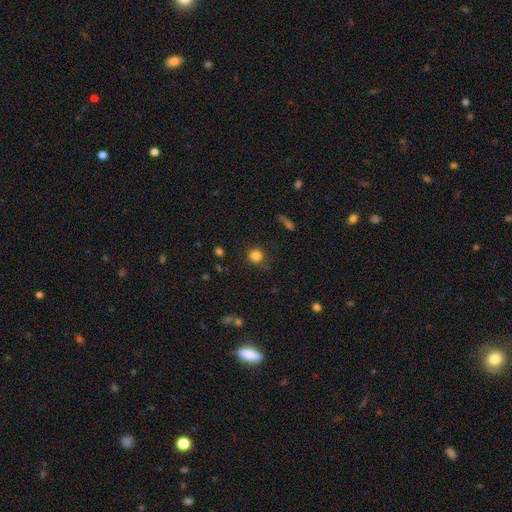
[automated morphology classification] A smooth galaxy with no disk features (83%) that is round (91%).

Vote fractions:
- Smooth or featured? smooth: 83% / star or artifact: 12% / featured or disk: 5%
- How rounded? round: 91% / in between: 8% / cigar-shaped: 1%
- Merging? none: 84% / minor disturbance: 11% / major disturbance: 3% / merger: 2%